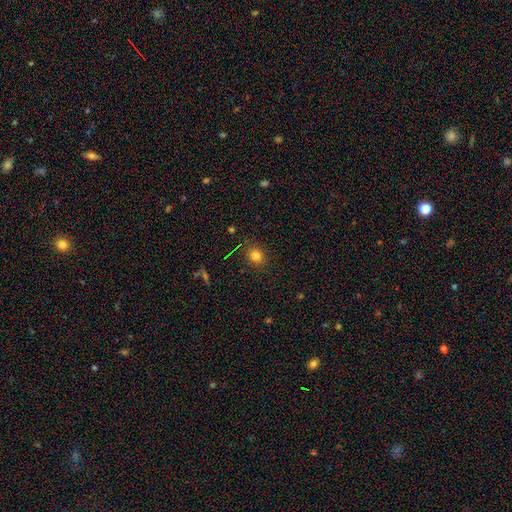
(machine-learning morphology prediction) This appears to be a smooth galaxy with no disk features (79%) that is round (67%). Merging: none (85%).